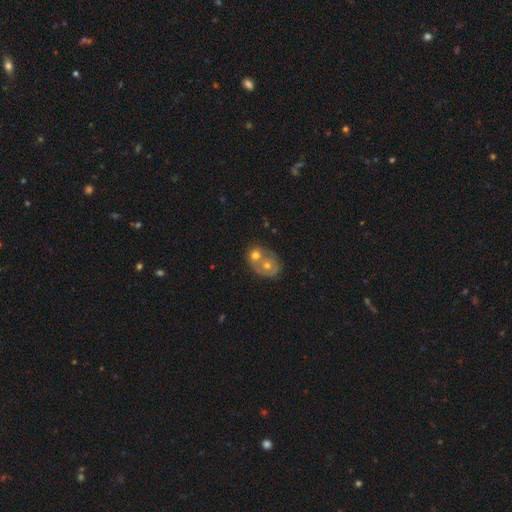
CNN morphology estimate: smooth-or-featured: smooth: 56% | featured or disk: 35% | star or artifact: 9%
  how-rounded: round: 64% | in between: 35% | cigar-shaped: 1%
  merging: merger: 68% | none: 22% | minor disturbance: 6% | major disturbance: 4%